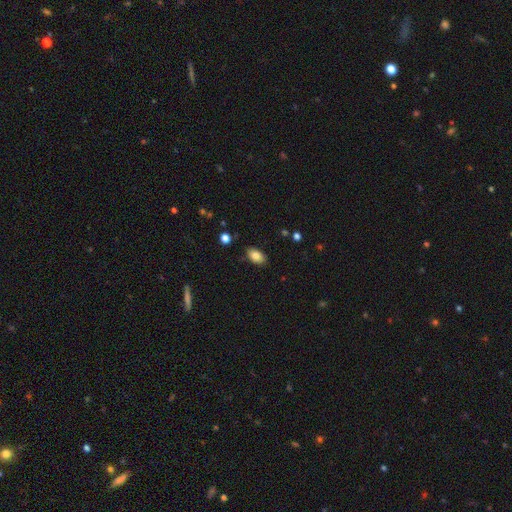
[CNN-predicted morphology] A smooth galaxy with no disk features (83%) that is in between round and cigar-shaped (91%). Merging: none (85%).